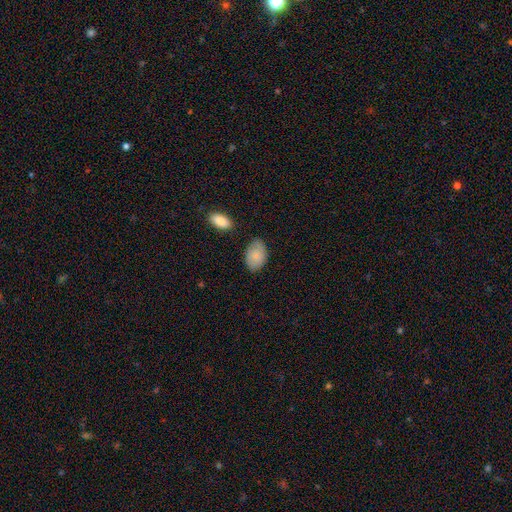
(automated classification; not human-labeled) Smooth or featured?
  - smooth: 83% *
  - featured or disk: 10%
  - star or artifact: 6%
How rounded?
  - in between: 89% *
  - round: 10%
  - cigar-shaped: 1%
Merging?
  - none: 72% *
  - minor disturbance: 21%
  - major disturbance: 4%
  - merger: 3%